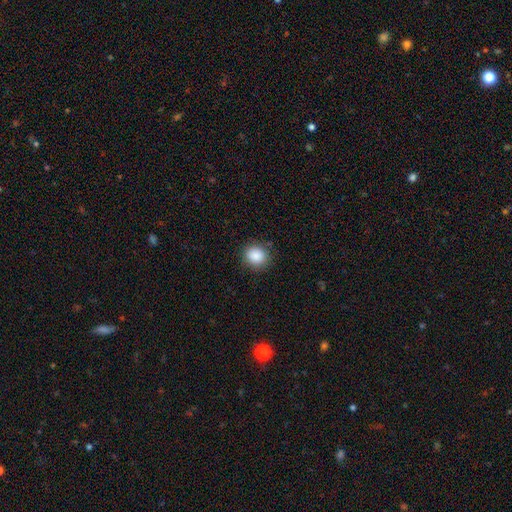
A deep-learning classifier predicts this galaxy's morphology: Smooth or featured? smooth (87%)
How rounded? round (81%)
Merging? none (87%)